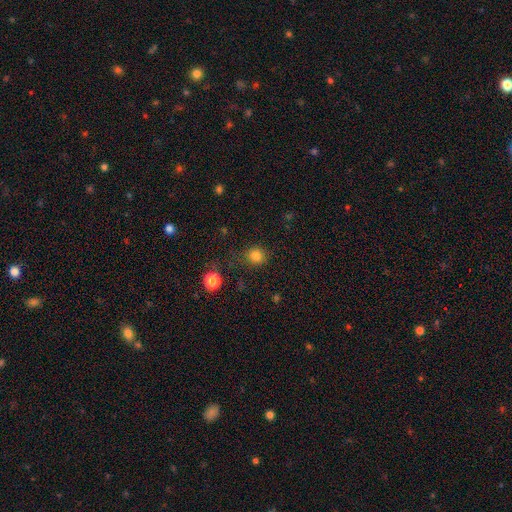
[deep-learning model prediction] A smooth galaxy with no disk features (82%) that is round (86%). Merging: none (78%).